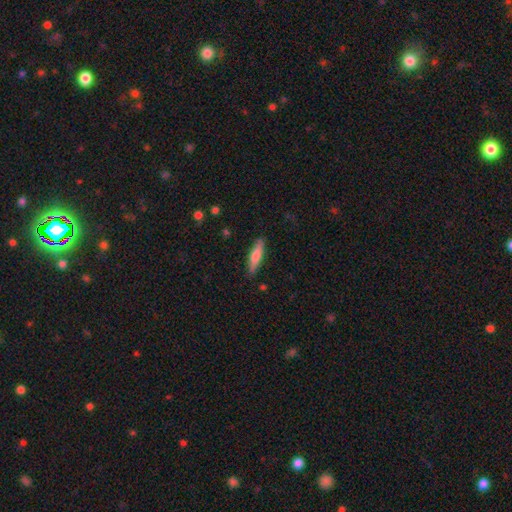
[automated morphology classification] This is likely a smooth galaxy (67%). How rounded: likely cigar-shaped (77%). Merging: clearly none (88%).